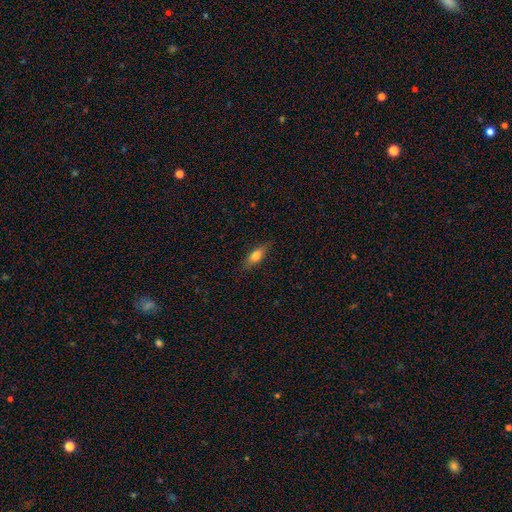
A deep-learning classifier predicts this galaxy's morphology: Overall: smooth (71%). How rounded: in between (65%; cigar-shaped 31%). Merging: none (83%).